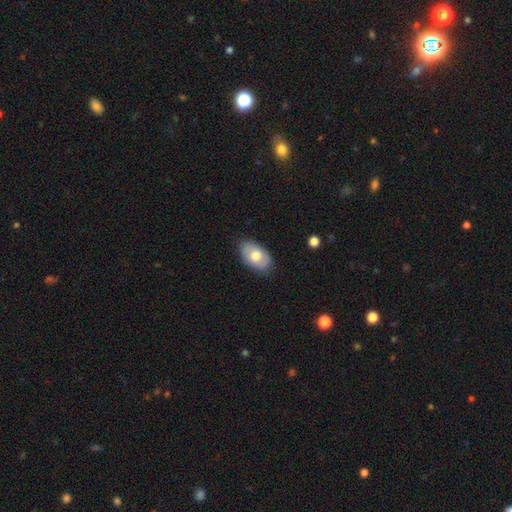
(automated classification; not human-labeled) Smooth or featured? Predicted: smooth (p=0.65). How rounded? Predicted: in between (p=0.91). Merging? Predicted: none (p=0.82).